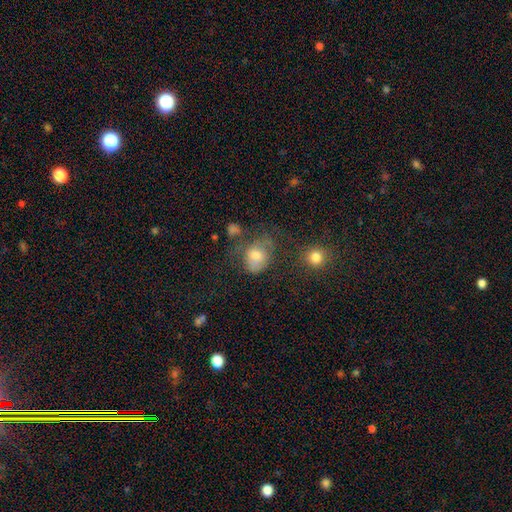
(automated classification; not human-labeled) A smooth galaxy with no disk features (65%) that is in between round and cigar-shaped (58%). Merging: none (39%).